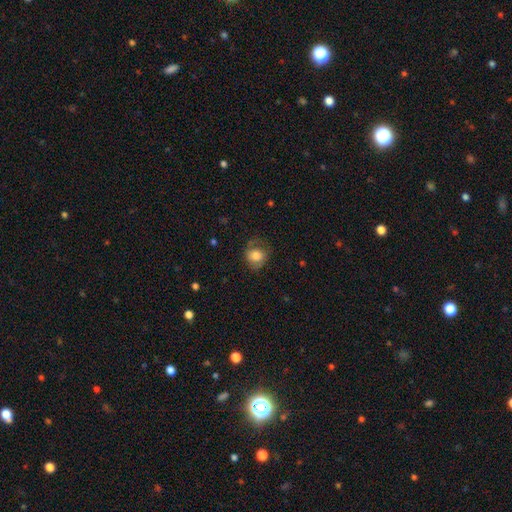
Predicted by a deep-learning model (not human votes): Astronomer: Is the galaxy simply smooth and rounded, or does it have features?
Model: smooth — 71%.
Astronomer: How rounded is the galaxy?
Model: round — 70%.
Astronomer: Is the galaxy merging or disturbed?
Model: none — 57%.